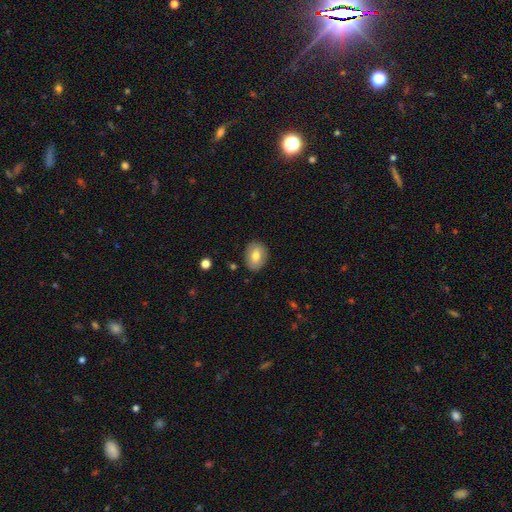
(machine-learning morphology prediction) Smooth or featured? smooth (71%)
How rounded? in between (60%)
Merging? none (85%)